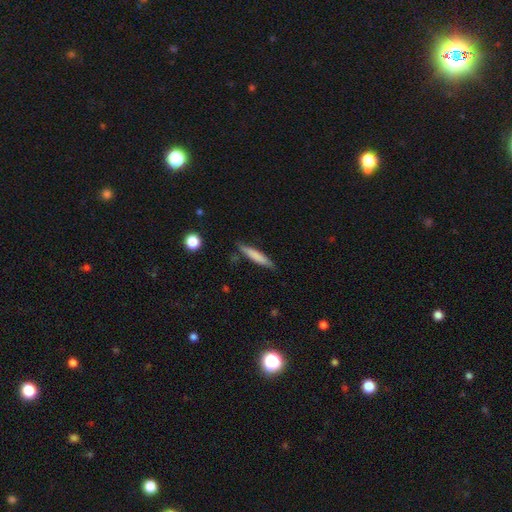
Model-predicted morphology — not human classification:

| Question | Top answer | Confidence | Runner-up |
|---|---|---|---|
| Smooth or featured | smooth | 72% | featured or disk (22%) |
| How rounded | cigar-shaped | 90% | in between (9%) |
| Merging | none | 82% | minor disturbance (14%) |